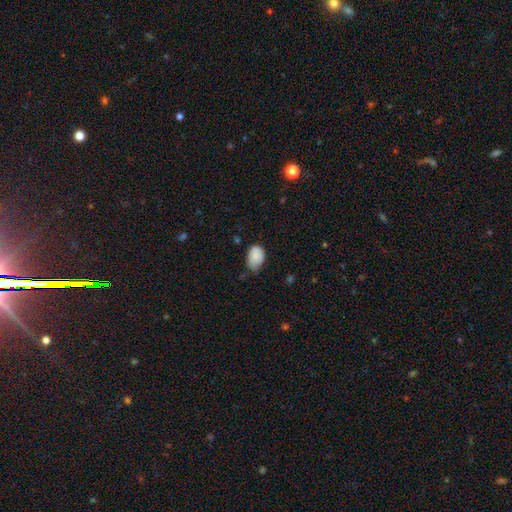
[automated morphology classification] smooth_or_featured: smooth (p=0.86) [alt: star or artifact p=0.08]
how_rounded: in between (p=0.82) [alt: round p=0.17]
merging: none (p=0.48) [alt: minor disturbance p=0.43]